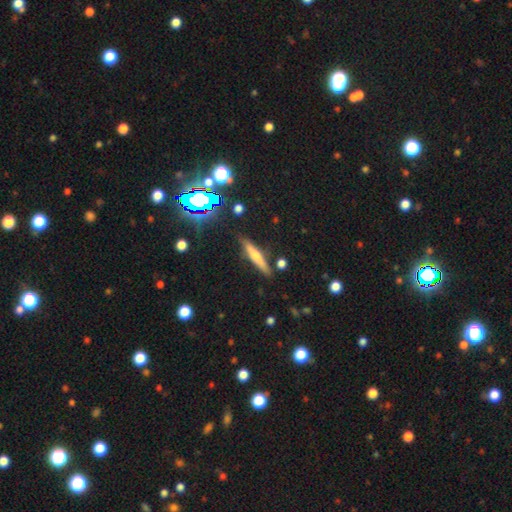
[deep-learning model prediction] This is possibly a smooth galaxy (53%). How rounded: clearly cigar-shaped (88%). Merging: clearly none (83%).